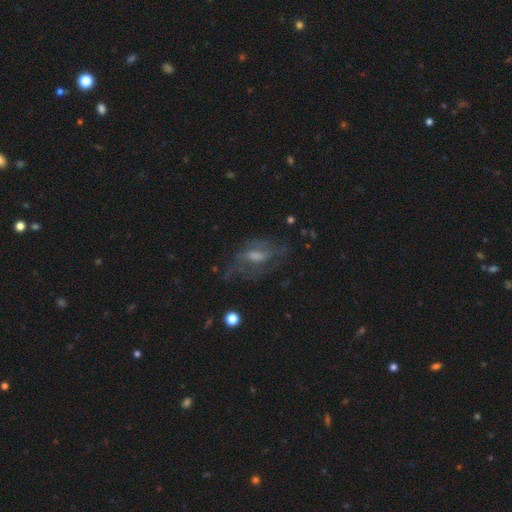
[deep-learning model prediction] smooth_or_featured: featured or disk (p=0.64) [alt: smooth p=0.23]
disk_edge_on: no (p=0.92) [alt: yes p=0.08]
bar: weak (p=0.48) [alt: no p=0.36]
has_spiral_arms: yes (p=0.72) [alt: no p=0.28]
bulge_size: moderate (p=0.44) [alt: small p=0.27]
merging: none (p=0.57) [alt: major disturbance p=0.21]